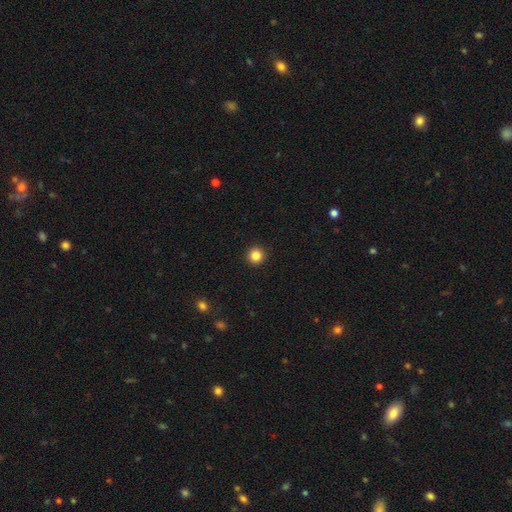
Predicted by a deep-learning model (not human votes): Smooth or featured? smooth (85%)
How rounded? round (95%)
Merging? none (94%)